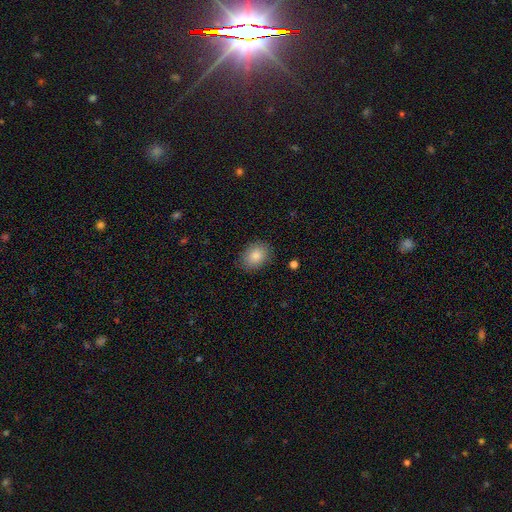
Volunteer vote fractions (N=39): Smooth or featured? smooth (85%)
How rounded? in between (73%)
Merging? none (83%)